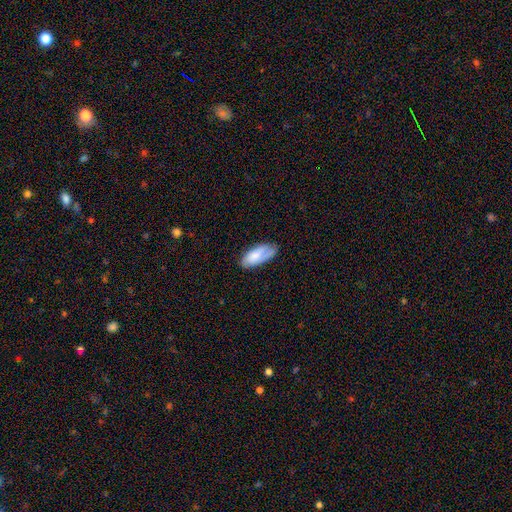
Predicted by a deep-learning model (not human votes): Morphology: type=smooth (73%); roundness=in between (87%); merging=none (70%).